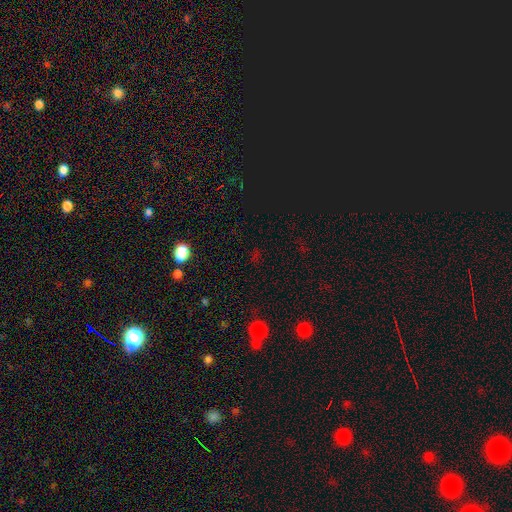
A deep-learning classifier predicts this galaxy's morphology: The model was most divided on "smooth or featured": star or artifact: 66%, smooth: 26%, featured or disk: 8%.